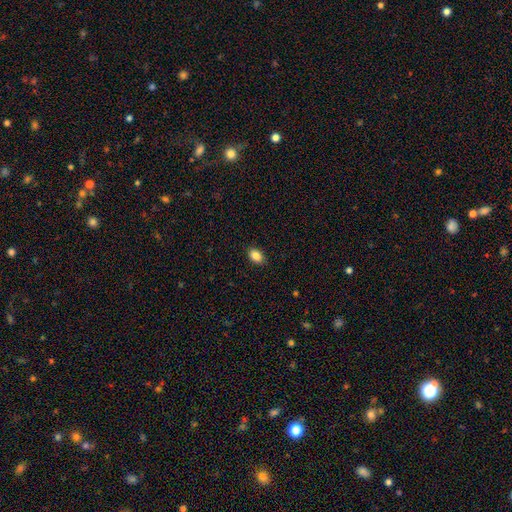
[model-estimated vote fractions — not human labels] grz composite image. It shows a smooth galaxy with no disk features (87%) that is in between round and cigar-shaped (84%). Merging: none (88%).